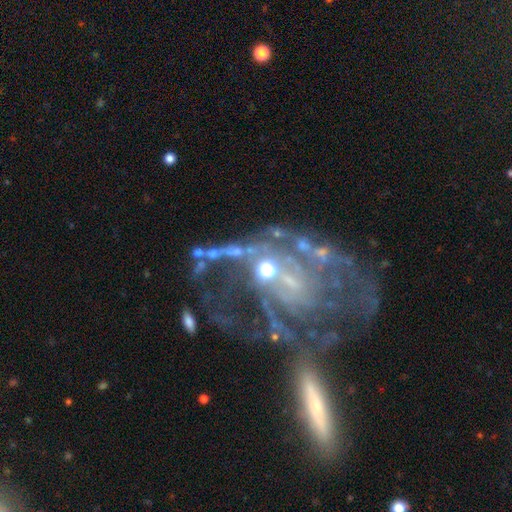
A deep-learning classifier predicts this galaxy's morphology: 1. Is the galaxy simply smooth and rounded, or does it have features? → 79% featured or disk, 12% star or artifact, 9% smooth.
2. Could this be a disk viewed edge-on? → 94% no, 6% yes.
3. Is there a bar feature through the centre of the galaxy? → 68% no, 23% weak, 9% strong.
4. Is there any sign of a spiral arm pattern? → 69% yes, 31% no.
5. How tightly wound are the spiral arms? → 38% tight, 35% medium, 27% loose.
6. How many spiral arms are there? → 43% can't tell, 25% 2, 11% 3, 10% 1, 6% 4, 5% more than 4.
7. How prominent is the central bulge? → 42% small, 33% moderate, 19% none, 4% large, 2% dominant.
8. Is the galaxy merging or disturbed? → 31% major disturbance, 29% merger, 26% none, 15% minor disturbance.